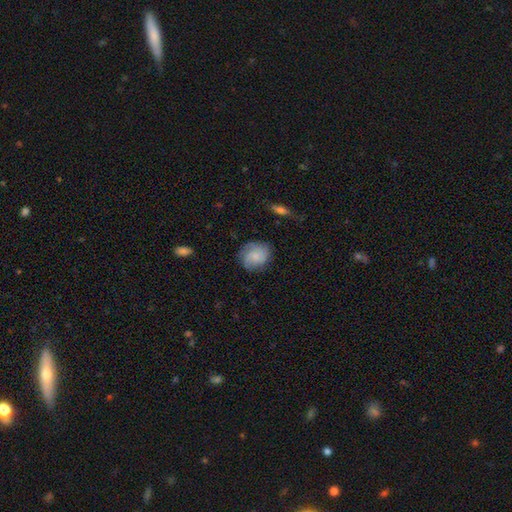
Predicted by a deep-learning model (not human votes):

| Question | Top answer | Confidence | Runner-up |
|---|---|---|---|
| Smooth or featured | smooth | 48% | featured or disk (44%) |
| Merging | none | 72% | minor disturbance (19%) |